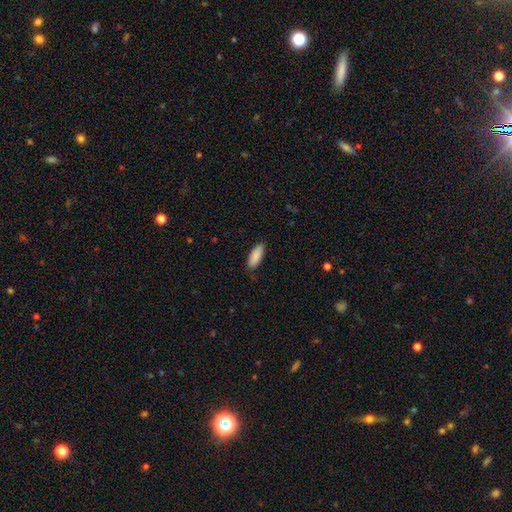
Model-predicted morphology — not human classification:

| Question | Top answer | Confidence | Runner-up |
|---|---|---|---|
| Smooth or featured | smooth | 90% | star or artifact (6%) |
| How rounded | in between | 73% | cigar-shaped (25%) |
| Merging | none | 84% | minor disturbance (12%) |